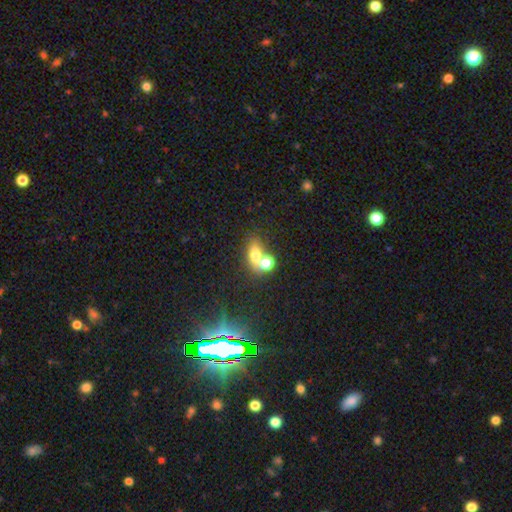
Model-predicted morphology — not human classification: smooth 63%, star or artifact 23%, featured or disk 14%. Down the decision tree: how rounded — in between (61%); merging — none (47%).